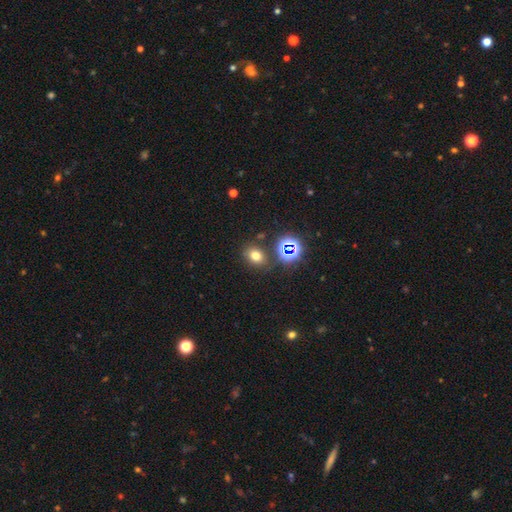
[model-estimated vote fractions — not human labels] Morphology: type=smooth (66%); roundness=in between (51%); merging=none (79%).